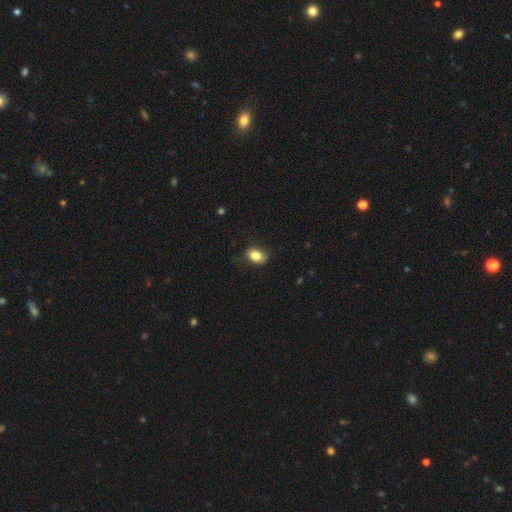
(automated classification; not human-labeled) This appears to be a smooth galaxy with no disk features (83%) that is in between round and cigar-shaped (79%). Merging: none (77%).